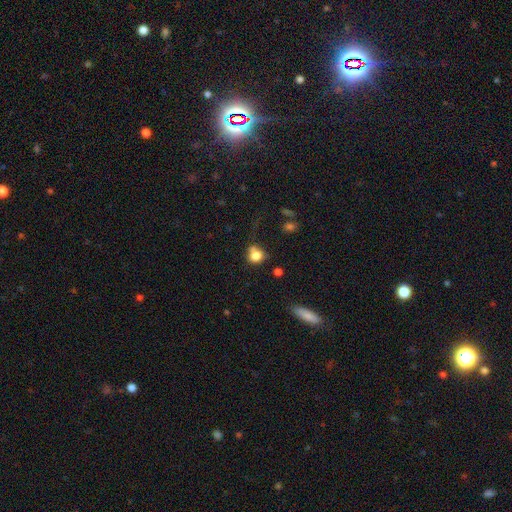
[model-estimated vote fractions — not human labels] Smooth or featured? smooth (79%)
How rounded? round (69%)
Merging? none (48%)